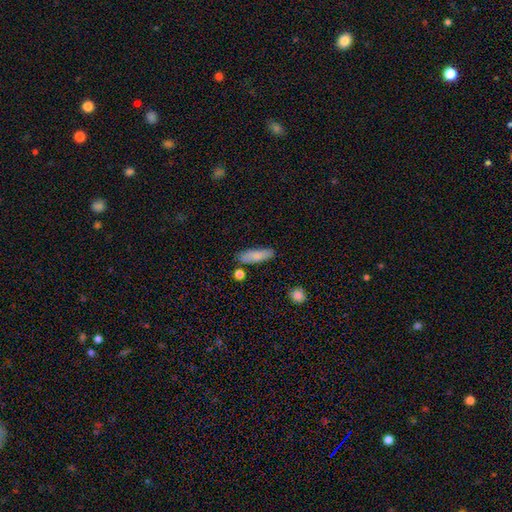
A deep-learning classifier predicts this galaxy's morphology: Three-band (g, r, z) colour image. It shows a smooth galaxy with no disk features (83%) that is cigar-shaped (51%). Merging: none (79%).